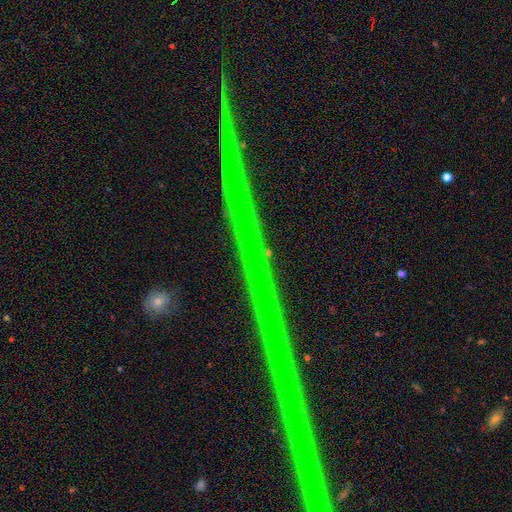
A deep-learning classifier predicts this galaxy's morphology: The model was most divided on "smooth or featured": star or artifact: 83%, featured or disk: 13%, smooth: 4%.